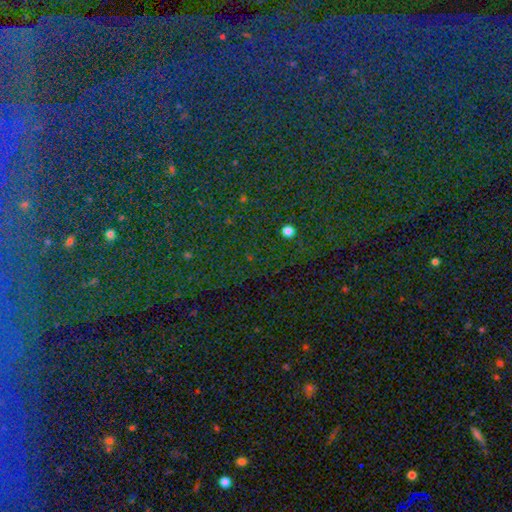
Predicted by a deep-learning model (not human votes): smooth-or-featured: star or artifact: 83% | smooth: 9% | featured or disk: 8%